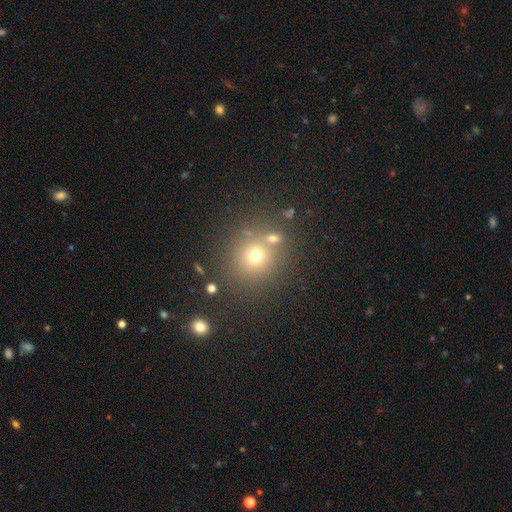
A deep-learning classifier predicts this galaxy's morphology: This is likely a smooth galaxy (67%). How rounded: clearly round (87%). Merging: likely none (70%).